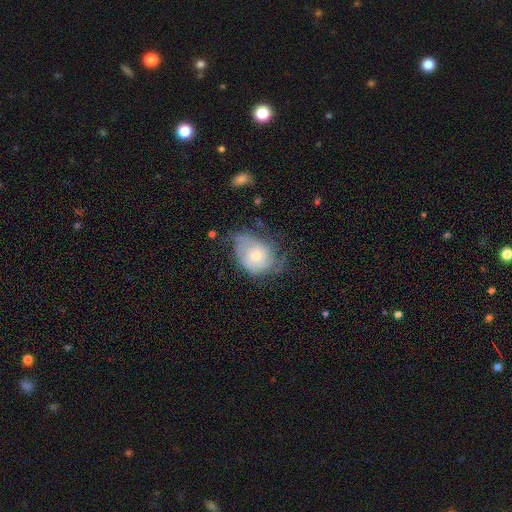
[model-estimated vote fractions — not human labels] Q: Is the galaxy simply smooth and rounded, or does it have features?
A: featured or disk — 59%.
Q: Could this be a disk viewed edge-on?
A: no — 96%.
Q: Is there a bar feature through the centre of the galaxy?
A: no — 77%.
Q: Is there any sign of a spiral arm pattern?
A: yes — 74%.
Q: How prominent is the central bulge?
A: small — 51%.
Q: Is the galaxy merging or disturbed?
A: none — 41%.